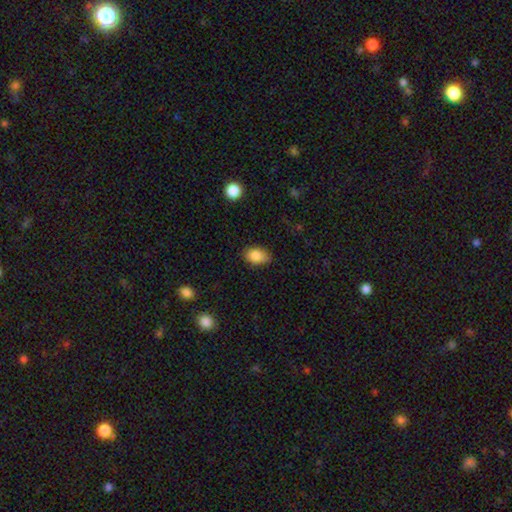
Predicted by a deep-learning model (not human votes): The model was most divided on "merging": none: 79%, minor disturbance: 17%, major disturbance: 3%, merger: 1%. More confident: smooth or featured — smooth (85%); how rounded — in between (84%).